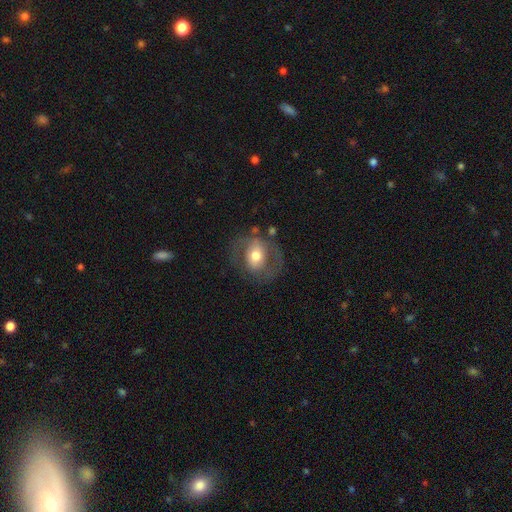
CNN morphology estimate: A featured or disk galaxy (52%).

Vote fractions:
- Smooth or featured? featured or disk: 52% / smooth: 41% / star or artifact: 7%
- Edge-on disk? no: 95% / yes: 5%
- Merging? none: 64% / minor disturbance: 18% / major disturbance: 15% / merger: 3%